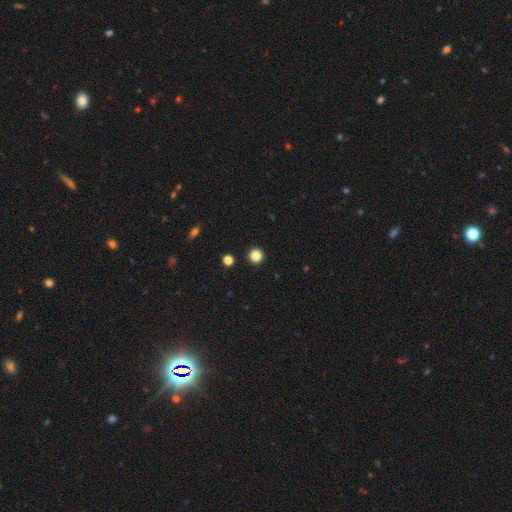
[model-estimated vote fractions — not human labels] This is clearly a smooth galaxy (85%). How rounded: clearly round (96%). Merging: clearly none (94%).